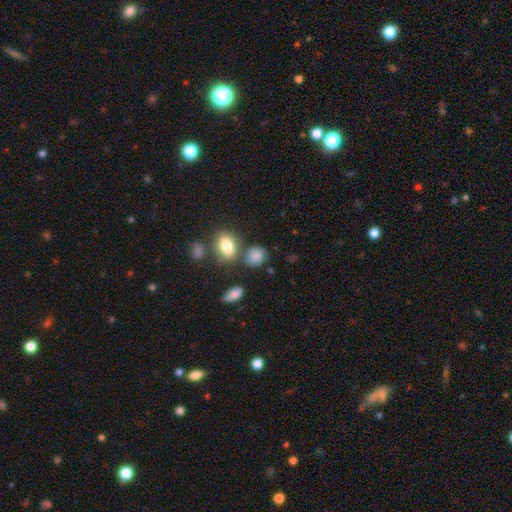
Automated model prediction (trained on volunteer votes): A smooth galaxy with no disk features (83%) that is round (64%).

Vote fractions:
- Smooth or featured? smooth: 83% / star or artifact: 10% / featured or disk: 7%
- How rounded? round: 64% / in between: 35% / cigar-shaped: 1%
- Merging? none: 66% / minor disturbance: 16% / merger: 13% / major disturbance: 5%